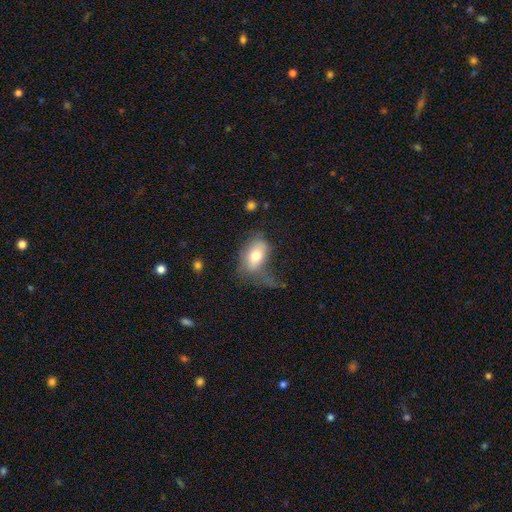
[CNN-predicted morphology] A smooth galaxy with no disk features (71%) that is in between round and cigar-shaped (81%).

Vote fractions:
- Smooth or featured? smooth: 71% / featured or disk: 20% / star or artifact: 9%
- How rounded? in between: 81% / round: 17% / cigar-shaped: 2%
- Merging? major disturbance: 38% / none: 30% / minor disturbance: 28% / merger: 4%